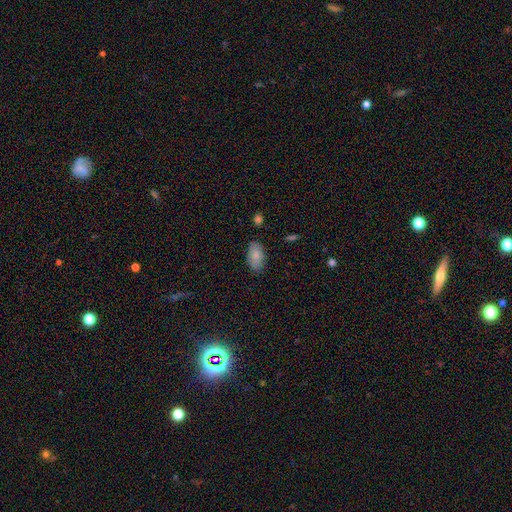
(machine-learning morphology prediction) Smooth or featured? smooth (83%)
How rounded? in between (94%)
Merging? none (82%)